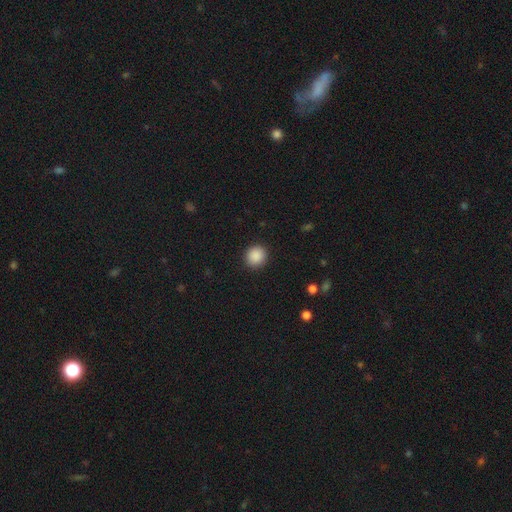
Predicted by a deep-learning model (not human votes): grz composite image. It shows a smooth galaxy with no disk features (89%) that is round (91%). Merging: none (92%).